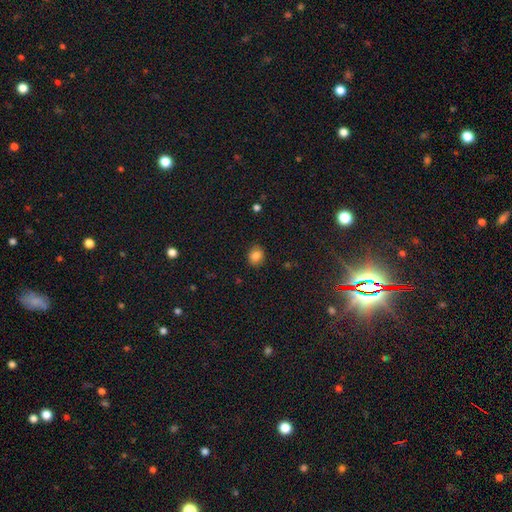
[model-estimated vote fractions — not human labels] smooth 85%, star or artifact 11%, featured or disk 5%. Down the decision tree: how rounded — round (63%); merging — none (89%).